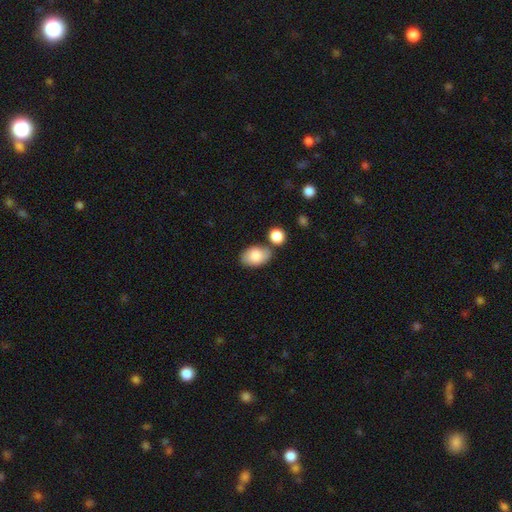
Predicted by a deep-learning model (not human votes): A smooth galaxy with no disk features (84%) that is in between round and cigar-shaped (90%). Merging: none (66%).